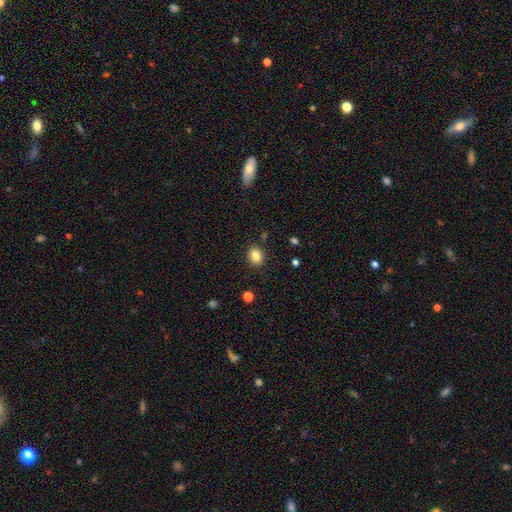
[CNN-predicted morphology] Smooth or featured? Predicted: smooth (p=0.84). How rounded? Predicted: round (p=0.59). Merging? Predicted: none (p=0.88).